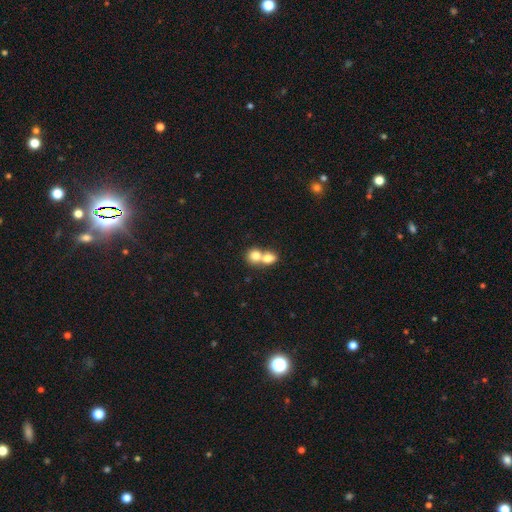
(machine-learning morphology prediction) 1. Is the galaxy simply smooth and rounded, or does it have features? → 77% smooth, 14% featured or disk, 9% star or artifact.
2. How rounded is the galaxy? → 68% round, 31% in between, 1% cigar-shaped.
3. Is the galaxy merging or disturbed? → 71% merger, 23% none, 4% minor disturbance, 2% major disturbance.